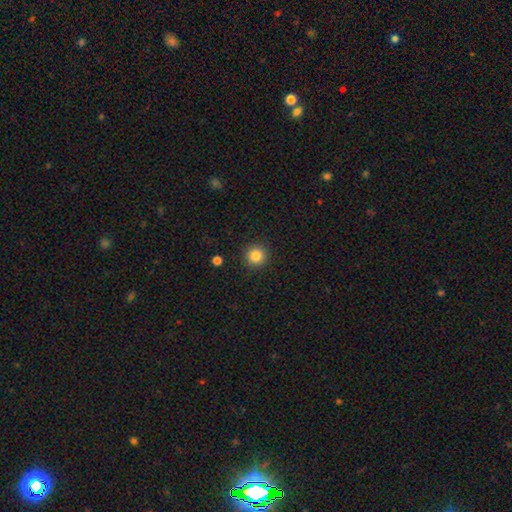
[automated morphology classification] smooth_or_featured: smooth (p=0.86) [alt: star or artifact p=0.10]
how_rounded: round (p=0.94) [alt: in between p=0.05]
merging: none (p=0.91) [alt: minor disturbance p=0.06]